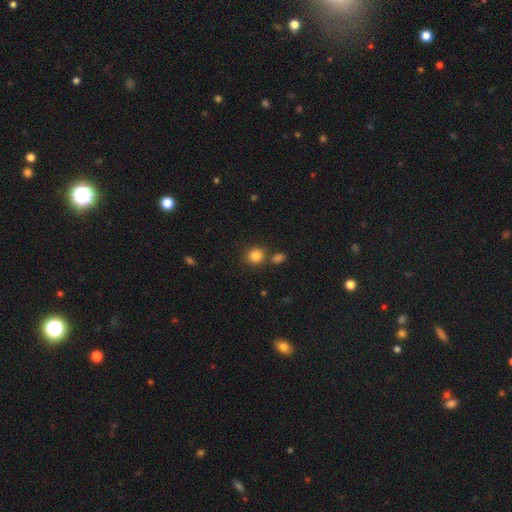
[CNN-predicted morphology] This is clearly a smooth galaxy (84%). How rounded: clearly round (82%). Merging: likely none (71%).